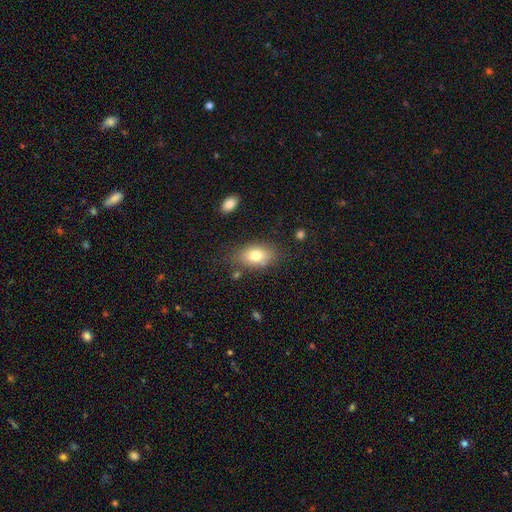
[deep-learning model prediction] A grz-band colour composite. It shows a smooth galaxy with no disk features (78%) that is in between round and cigar-shaped (86%). Merging: none (75%).